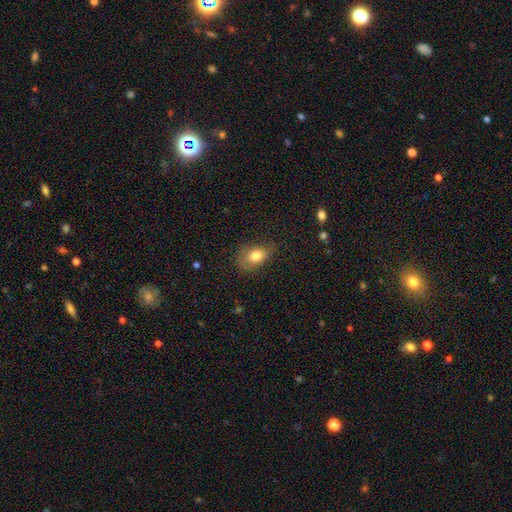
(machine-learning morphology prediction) Q: Smooth or featured?
A: smooth (79%); runner-up: featured or disk (12%)
Q: How rounded?
A: in between (80%); runner-up: round (18%)
Q: Merging?
A: none (63%); runner-up: minor disturbance (26%)